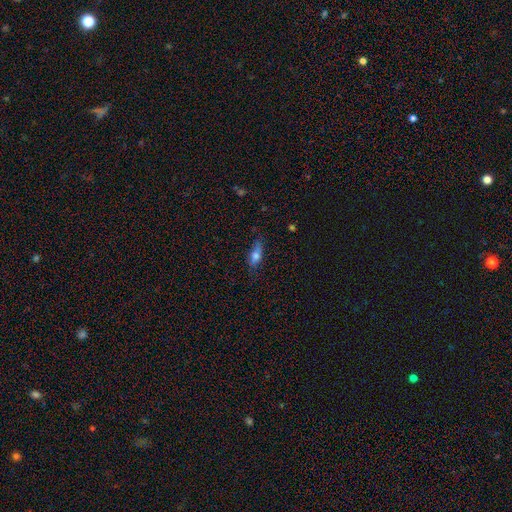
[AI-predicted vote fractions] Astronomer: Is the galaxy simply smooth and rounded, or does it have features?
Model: smooth — 69%.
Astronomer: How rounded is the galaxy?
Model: in between — 65%.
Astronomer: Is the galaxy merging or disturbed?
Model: none — 66%.